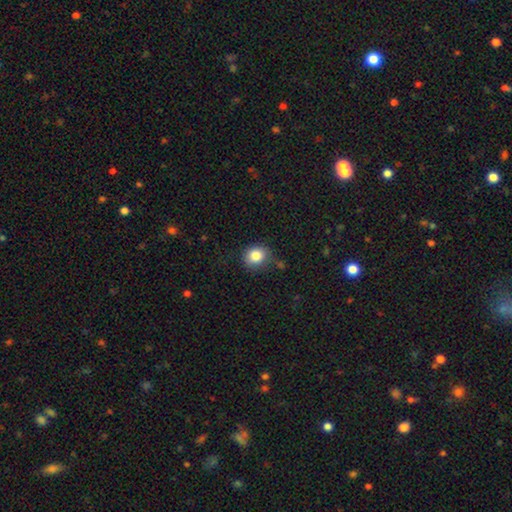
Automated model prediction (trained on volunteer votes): The model was most divided on "how rounded": round: 73%, in between: 27%, cigar-shaped: 1%. More confident: smooth or featured — smooth (84%); merging — none (77%).